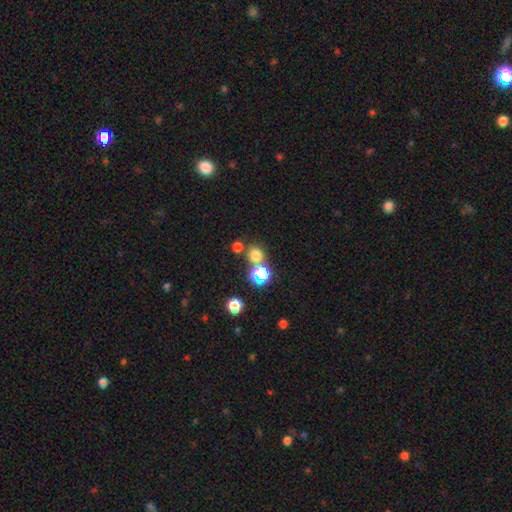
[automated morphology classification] Overall: smooth (70%). How rounded: round (87%). Merging: none (70%).